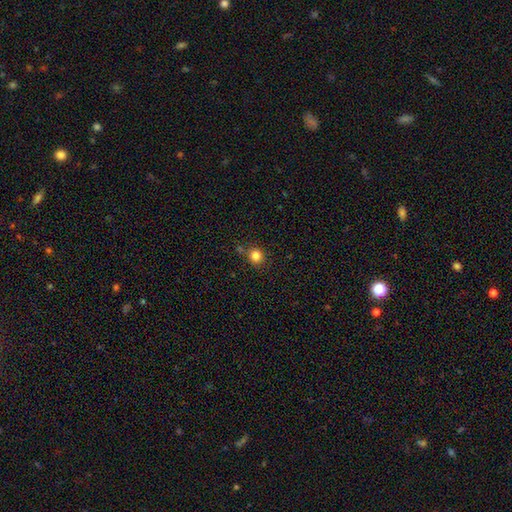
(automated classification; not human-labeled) Overall: smooth (83%). How rounded: round (90%). Merging: none (79%).